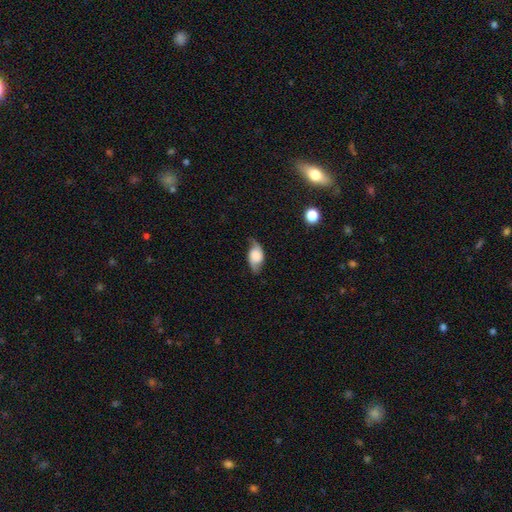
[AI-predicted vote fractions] The model was most divided on "smooth or featured": featured or disk: 54%, smooth: 37%, star or artifact: 9%. More confident: edge-on disk — no (89%); merging — none (68%).